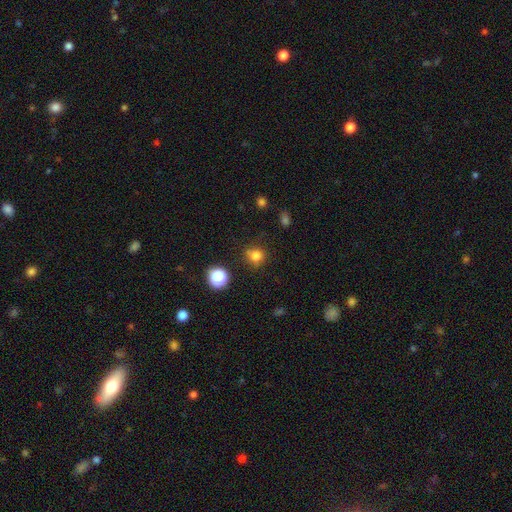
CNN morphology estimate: Smooth or featured? smooth (78%)
How rounded? round (85%)
Merging? none (72%)